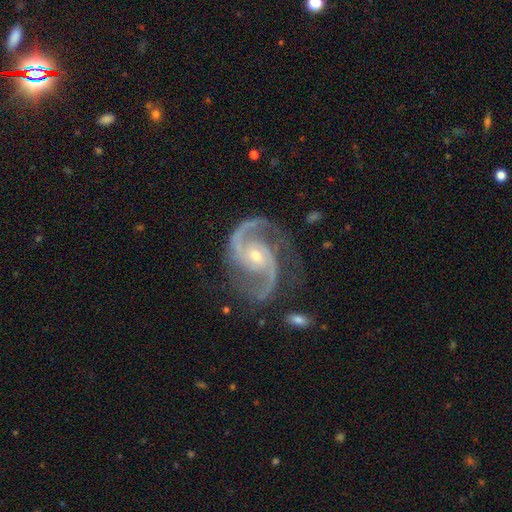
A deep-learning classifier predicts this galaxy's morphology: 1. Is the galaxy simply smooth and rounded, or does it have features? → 93% featured or disk, 5% star or artifact, 2% smooth.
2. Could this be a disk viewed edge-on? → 98% no, 2% yes.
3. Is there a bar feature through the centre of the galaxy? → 61% no, 28% weak, 11% strong.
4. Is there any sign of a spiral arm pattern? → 99% yes, 1% no.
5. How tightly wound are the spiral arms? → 64% medium, 19% tight, 17% loose.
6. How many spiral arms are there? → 92% 2, 3% 3, 1% can't tell, 1% 1, 1% 4, 1% more than 4.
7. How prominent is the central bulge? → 57% small, 40% moderate, 1% large, 1% none, 1% dominant.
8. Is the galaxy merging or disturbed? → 74% none, 17% minor disturbance, 7% major disturbance, 2% merger.